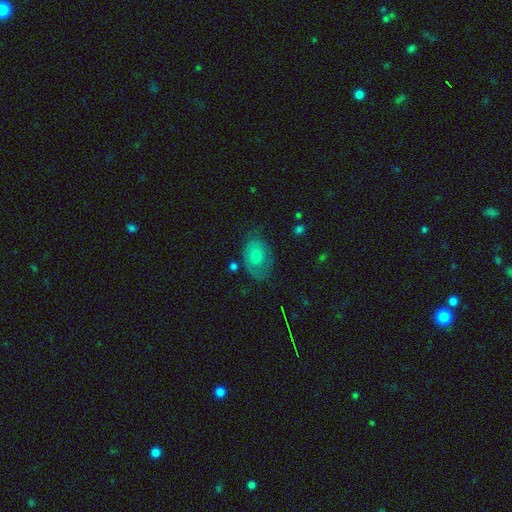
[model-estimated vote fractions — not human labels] A smooth galaxy with no disk features (49%). Merging: none (68%).